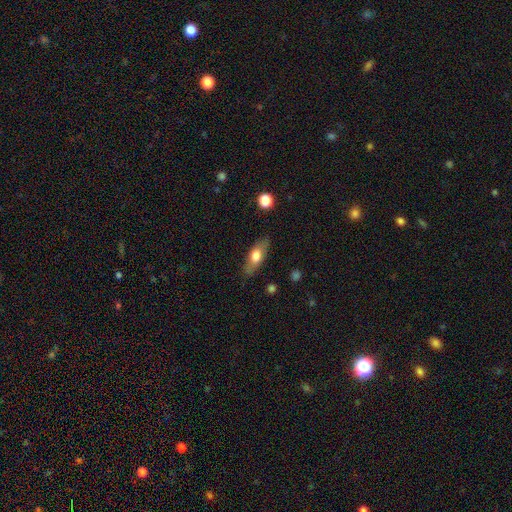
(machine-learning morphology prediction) Overall: smooth (63%; featured or disk 31%). How rounded: in between (69%). Merging: none (82%).